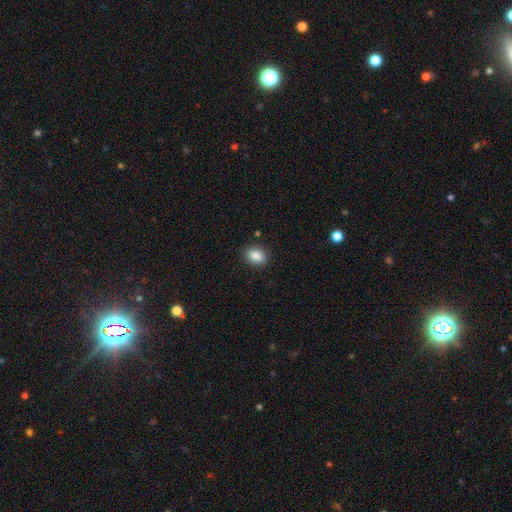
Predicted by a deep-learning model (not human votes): Smooth or featured? Predicted: smooth (p=0.88). How rounded? Predicted: in between (p=0.72). Merging? Predicted: none (p=0.87).